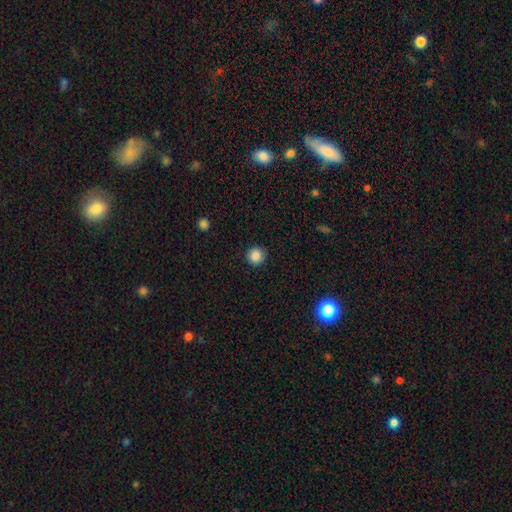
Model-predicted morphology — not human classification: Smooth or featured? Predicted: smooth (p=0.86). How rounded? Predicted: round (p=0.94). Merging? Predicted: none (p=0.90).